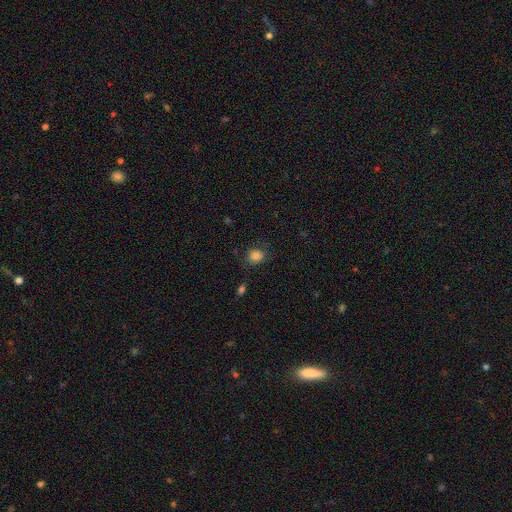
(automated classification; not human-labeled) Smooth or featured?
  - smooth: 84% *
  - star or artifact: 11%
  - featured or disk: 5%
How rounded?
  - round: 73% *
  - in between: 26%
  - cigar-shaped: 1%
Merging?
  - none: 76% *
  - minor disturbance: 16%
  - major disturbance: 6%
  - merger: 2%